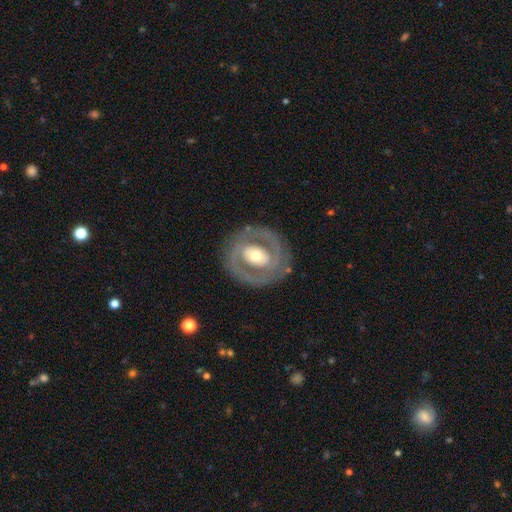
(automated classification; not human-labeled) This appears to be a featured or disk galaxy (74%) with no bar (56%), spiral arms (51%) and a moderate central bulge (64%). Merging: none (81%).